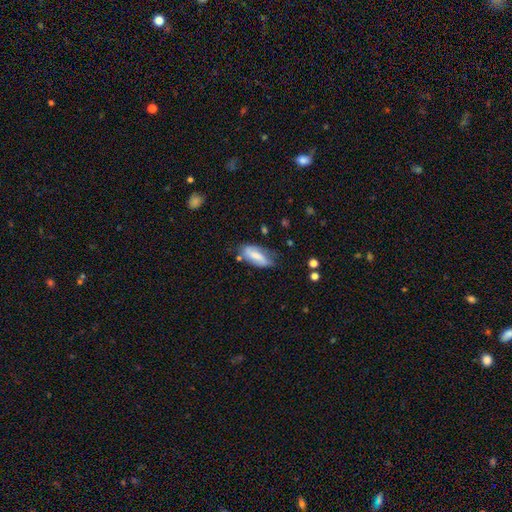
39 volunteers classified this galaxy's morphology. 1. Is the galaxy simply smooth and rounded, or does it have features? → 51% featured or disk, 49% smooth, 0% star or artifact.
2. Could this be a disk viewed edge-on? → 95% no, 5% yes.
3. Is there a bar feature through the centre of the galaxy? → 53% weak, 37% strong, 11% no.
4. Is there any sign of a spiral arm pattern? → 84% yes, 16% no.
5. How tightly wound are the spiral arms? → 56% loose, 38% medium, 6% tight.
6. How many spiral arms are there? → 88% 2, 6% 1, 6% can't tell, 0% 3, 0% 4, 0% more than 4.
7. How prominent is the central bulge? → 47% moderate, 32% large, 16% small, 5% none, 0% dominant.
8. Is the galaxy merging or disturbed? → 62% none, 26% minor disturbance, 10% major disturbance, 3% merger.